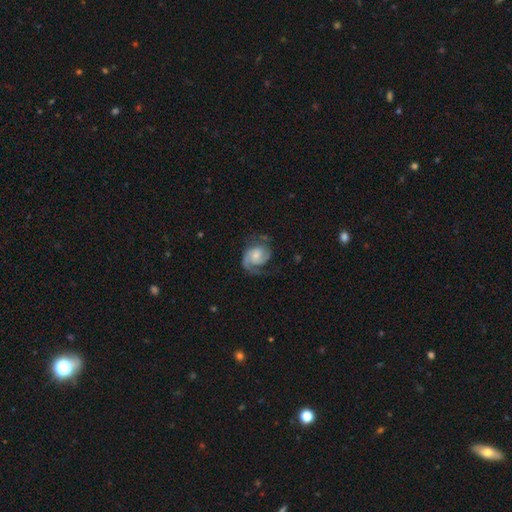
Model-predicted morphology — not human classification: Smooth or featured: featured or disk — 84% (smooth — 11%)
Edge-on disk: no — 98% (yes — 2%)
Bar: no — 64% (weak — 30%)
Spiral arms: yes — 97% (no — 3%)
Spiral winding: medium — 45% (tight — 38%)
Spiral arm count: 2 — 76% (1 — 12%)
Bulge size: small — 48% (moderate — 36%)
Merging: none — 65% (minor disturbance — 20%)